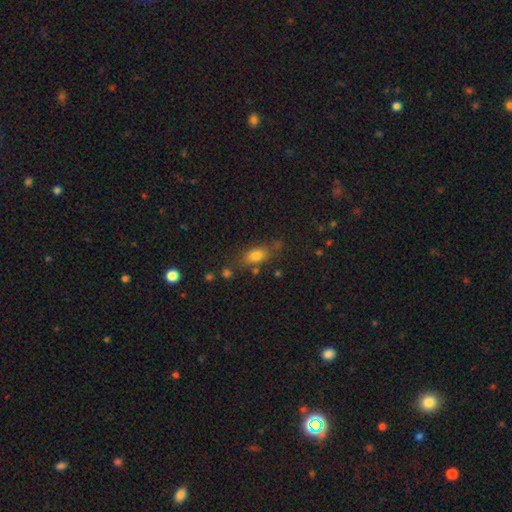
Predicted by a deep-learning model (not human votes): Q: Smooth or featured?
A: smooth (77%); runner-up: featured or disk (12%)
Q: How rounded?
A: in between (79%); runner-up: round (12%)
Q: Merging?
A: none (67%); runner-up: minor disturbance (18%)